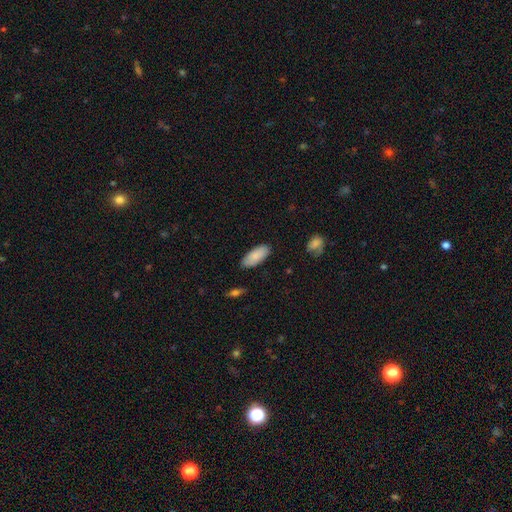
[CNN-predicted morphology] smooth-or-featured: smooth: 88% | featured or disk: 7% | star or artifact: 6%
  how-rounded: in between: 88% | cigar-shaped: 11% | round: 2%
  merging: none: 86% | minor disturbance: 10% | major disturbance: 2% | merger: 1%